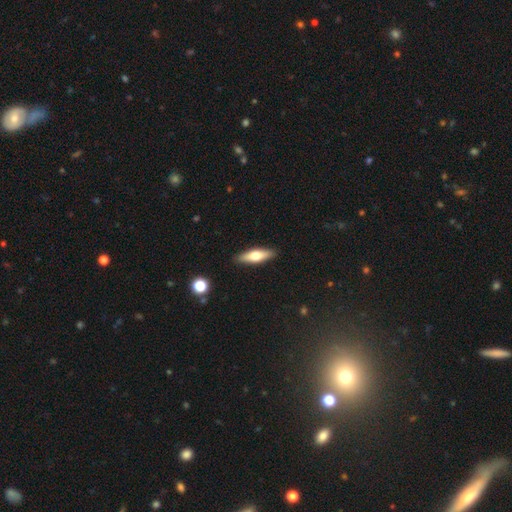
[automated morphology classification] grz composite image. It shows a smooth galaxy with no disk features (55%) that is cigar-shaped (56%). Merging: none (89%).